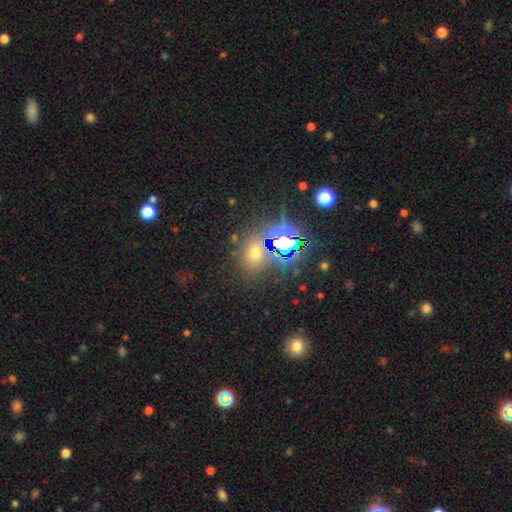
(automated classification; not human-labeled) Smooth or featured? Predicted: smooth (p=0.46, tied with star or artifact). Merging? Predicted: none (p=0.74).